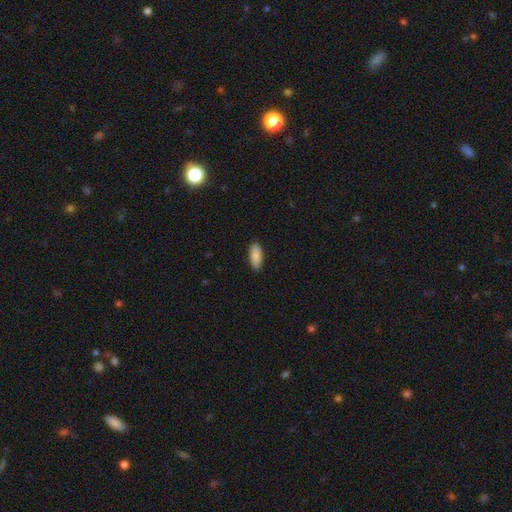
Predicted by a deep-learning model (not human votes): smooth_or_featured: smooth (p=0.89) [alt: star or artifact p=0.06]
how_rounded: in between (p=0.82) [alt: cigar-shaped p=0.17]
merging: none (p=0.87) [alt: minor disturbance p=0.10]